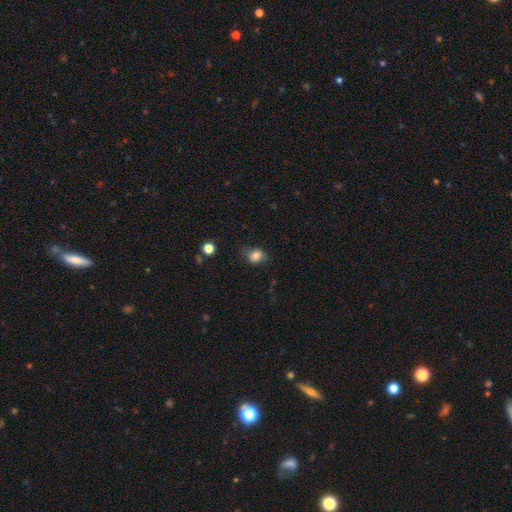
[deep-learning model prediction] This appears to be a smooth galaxy with no disk features (83%) that is round (60%). Merging: none (66%).